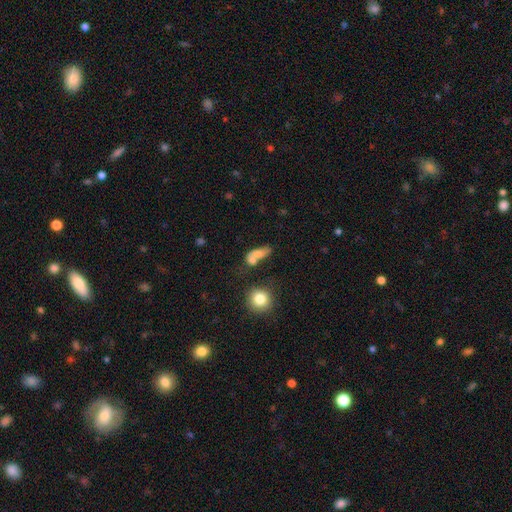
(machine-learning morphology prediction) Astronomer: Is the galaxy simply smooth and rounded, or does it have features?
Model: smooth — 63%.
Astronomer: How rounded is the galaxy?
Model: in between — 65%.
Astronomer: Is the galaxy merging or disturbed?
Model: merger — 42% (runner-up: none, 29%).